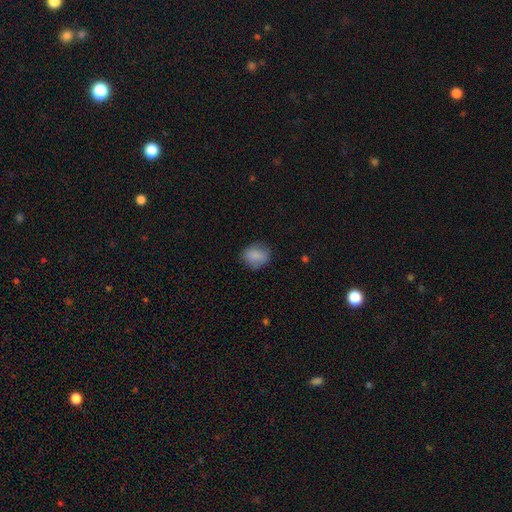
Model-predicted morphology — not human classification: Overall: smooth (85%). How rounded: round (56%; in between 43%). Merging: none (77%).